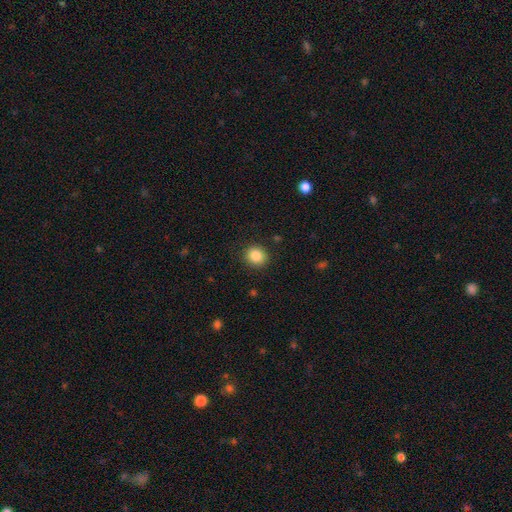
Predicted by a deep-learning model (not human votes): This is clearly a smooth galaxy (87%). How rounded: clearly round (83%). Merging: clearly none (89%).